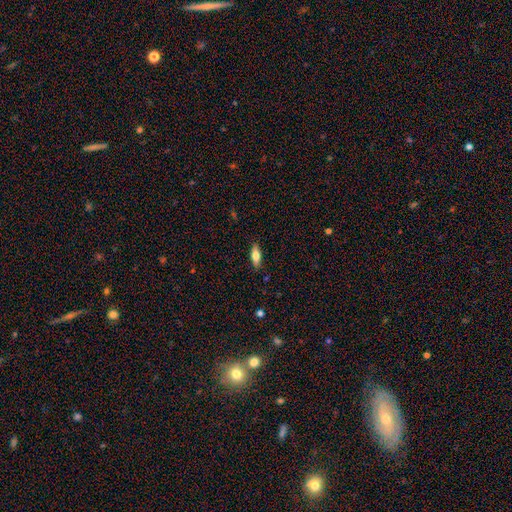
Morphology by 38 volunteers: A smooth galaxy with no disk features (74%) that is cigar-shaped (61%). Merging: none (97%).